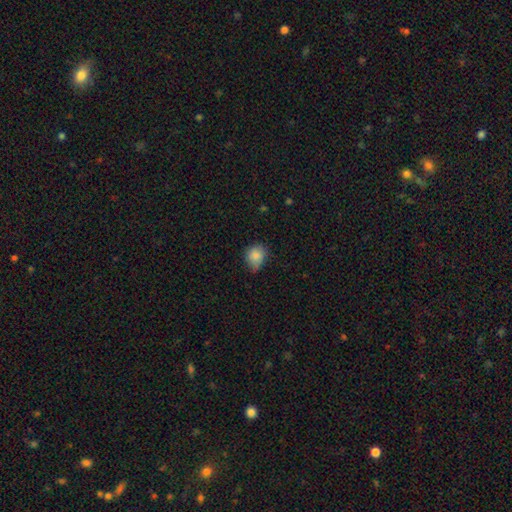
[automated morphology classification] A smooth galaxy with no disk features (84%) that is round (65%).

Vote fractions:
- Smooth or featured? smooth: 84% / star or artifact: 9% / featured or disk: 7%
- How rounded? round: 65% / in between: 34% / cigar-shaped: 1%
- Merging? none: 54% / minor disturbance: 37% / major disturbance: 7% / merger: 2%